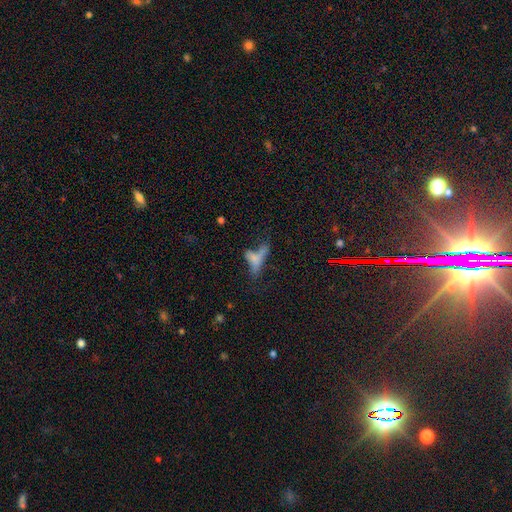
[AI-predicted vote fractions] This is possibly a smooth galaxy (46%). Merging: marginally none (35%).